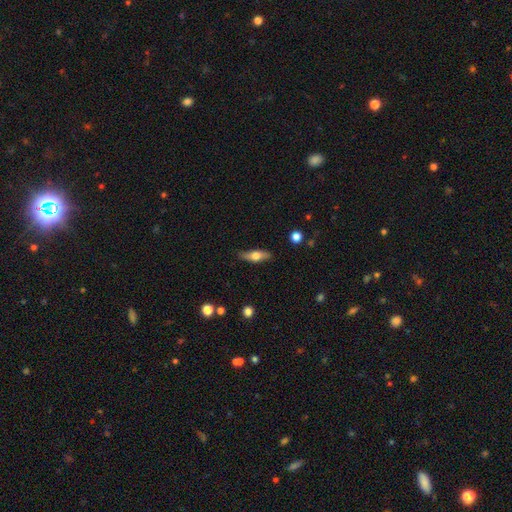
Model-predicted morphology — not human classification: A smooth galaxy with no disk features (54%) that is cigar-shaped (49%). Merging: none (83%).